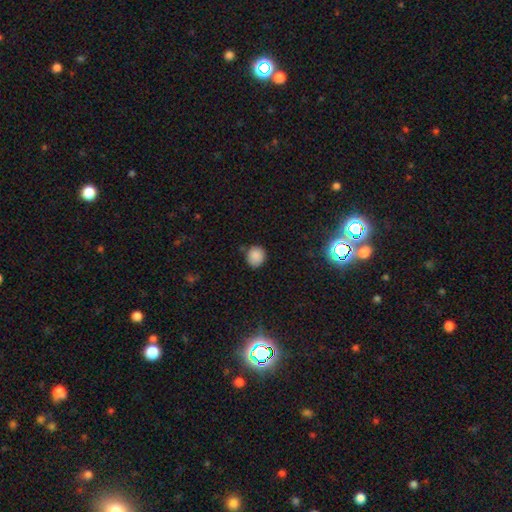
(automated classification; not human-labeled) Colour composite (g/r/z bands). It shows a smooth galaxy with no disk features (85%) that is round (86%). Merging: none (79%).